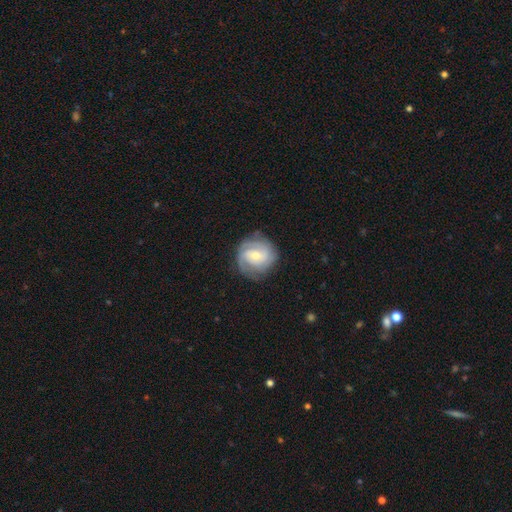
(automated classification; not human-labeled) smooth_or_featured: featured or disk (p=0.77) [alt: smooth p=0.17]
disk_edge_on: no (p=0.98) [alt: yes p=0.02]
bar: no (p=0.53) [alt: weak p=0.39]
has_spiral_arms: yes (p=0.94) [alt: no p=0.06]
spiral_winding: tight (p=0.59) [alt: medium p=0.32]
spiral_arm_count: 2 (p=0.36) [alt: 3 p=0.27]
bulge_size: small (p=0.49) [alt: moderate p=0.47]
merging: none (p=0.79) [alt: minor disturbance p=0.15]